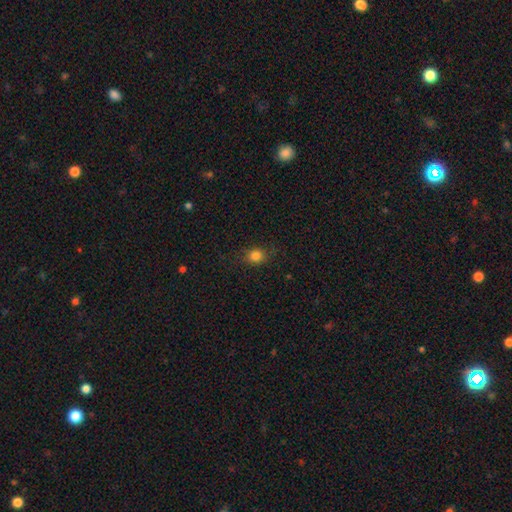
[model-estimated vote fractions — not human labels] Q: Smooth or featured?
A: smooth (82%); runner-up: star or artifact (12%)
Q: How rounded?
A: round (64%); runner-up: in between (34%)
Q: Merging?
A: none (83%); runner-up: minor disturbance (12%)